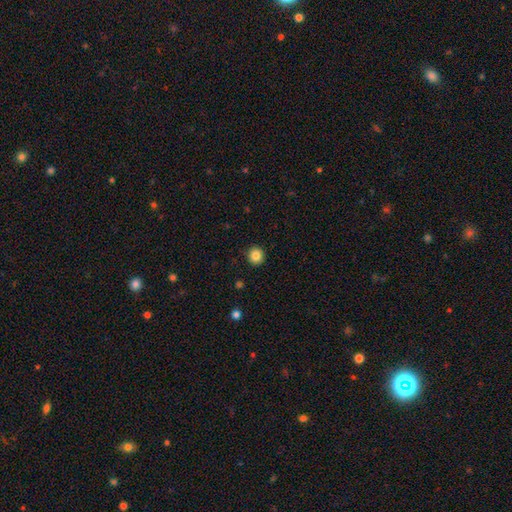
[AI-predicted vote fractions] A smooth galaxy with no disk features (85%) that is round (92%). Merging: none (92%).